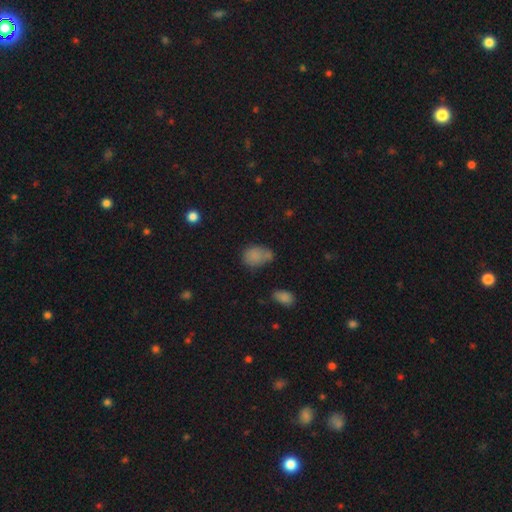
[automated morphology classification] A smooth galaxy with no disk features (78%) that is in between round and cigar-shaped (63%).

Vote fractions:
- Smooth or featured? smooth: 78% / star or artifact: 12% / featured or disk: 10%
- How rounded? in between: 63% / round: 35% / cigar-shaped: 1%
- Merging? none: 45% / minor disturbance: 27% / merger: 17% / major disturbance: 11%